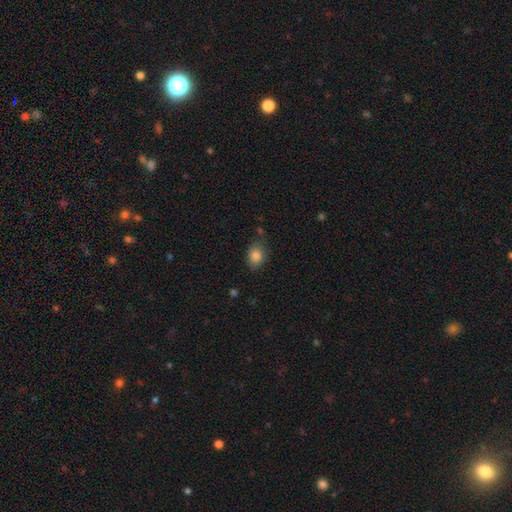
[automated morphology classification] smooth-or-featured: smooth: 85% | star or artifact: 9% | featured or disk: 6%
  how-rounded: in between: 66% | round: 33% | cigar-shaped: 1%
  merging: none: 71% | minor disturbance: 20% | major disturbance: 5% | merger: 4%